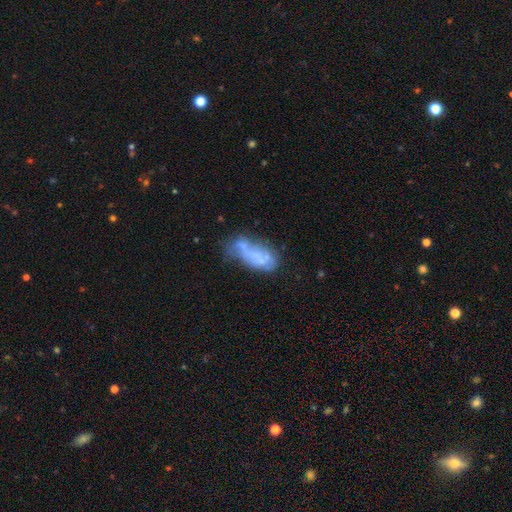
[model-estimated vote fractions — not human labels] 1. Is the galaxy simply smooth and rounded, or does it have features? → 47% smooth, 42% featured or disk, 11% star or artifact.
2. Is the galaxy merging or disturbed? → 27% none, 26% merger, 25% minor disturbance, 22% major disturbance.